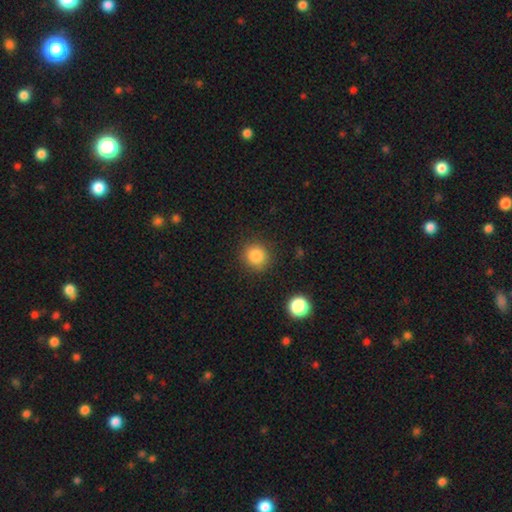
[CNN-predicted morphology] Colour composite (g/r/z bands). It shows a smooth galaxy with no disk features (84%) that is round (89%). Merging: none (88%).